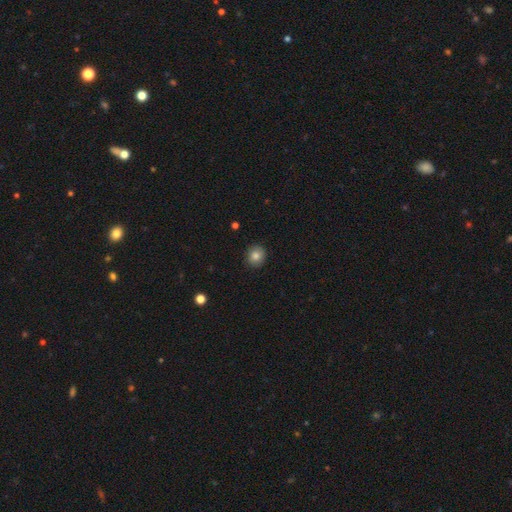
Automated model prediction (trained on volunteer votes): Smooth or featured? smooth (83%)
How rounded? round (85%)
Merging? none (90%)